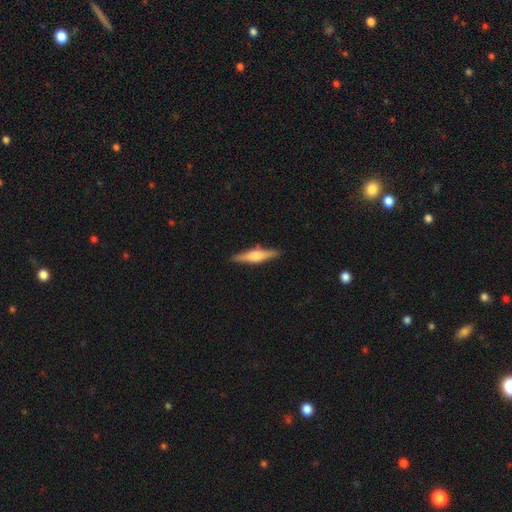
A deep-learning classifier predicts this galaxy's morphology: Smooth or featured: featured or disk — 52% (smooth — 42%)
Edge-on disk: yes — 96% (no — 4%)
Edge-on bulge: rounded — 78% (boxy — 15%)
Merging: none — 89% (minor disturbance — 8%)